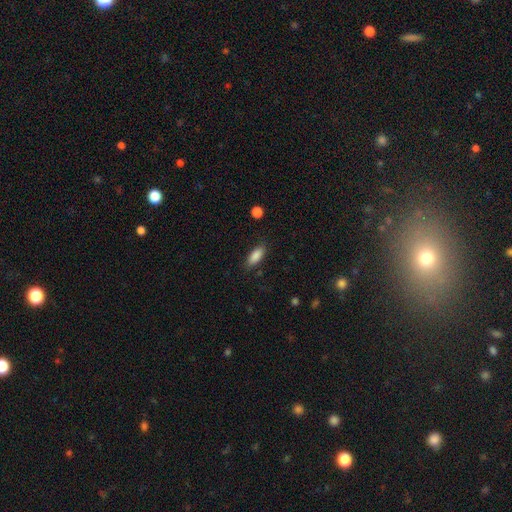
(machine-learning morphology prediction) This is clearly a smooth galaxy (87%). How rounded: likely in between (75%). Merging: clearly none (84%).